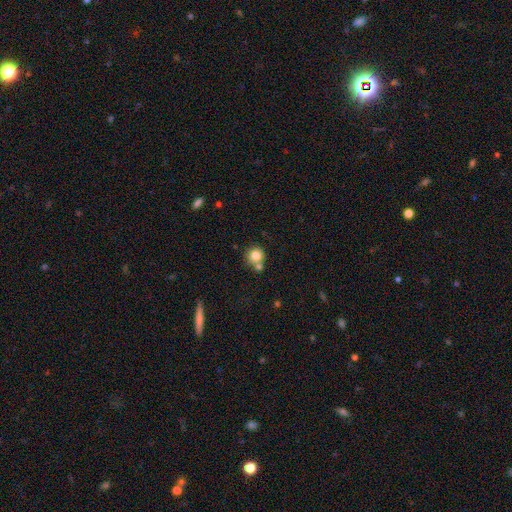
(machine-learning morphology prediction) This appears to be a smooth galaxy with no disk features (79%) that is round (91%). Merging: none (60%).